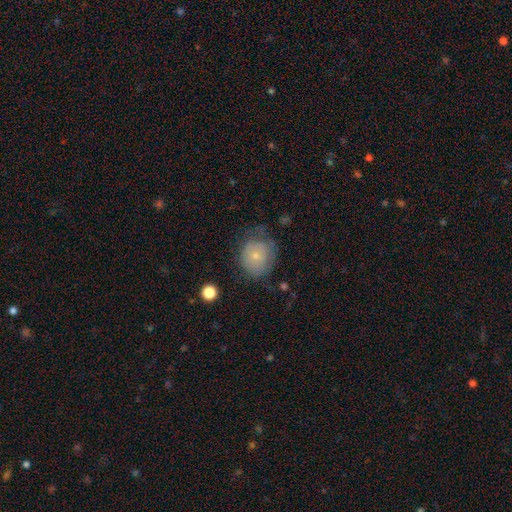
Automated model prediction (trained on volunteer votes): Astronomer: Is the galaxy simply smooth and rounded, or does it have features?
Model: smooth — 70%.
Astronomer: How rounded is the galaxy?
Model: round — 73%.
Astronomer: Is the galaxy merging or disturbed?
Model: none — 55%.